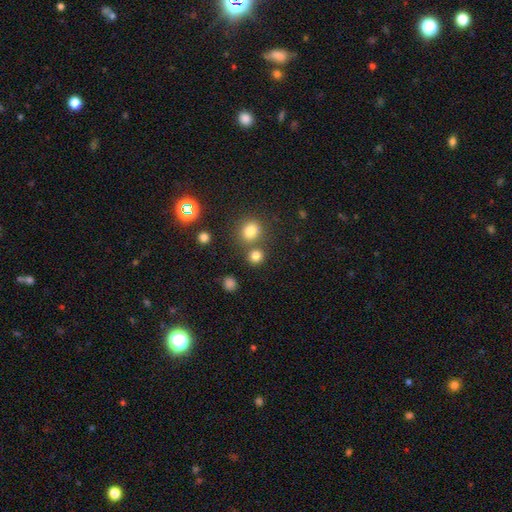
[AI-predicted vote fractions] Smooth or featured?
  - smooth: 78% *
  - star or artifact: 15%
  - featured or disk: 6%
How rounded?
  - round: 86% *
  - in between: 13%
  - cigar-shaped: 1%
Merging?
  - none: 70% *
  - merger: 20%
  - minor disturbance: 7%
  - major disturbance: 3%